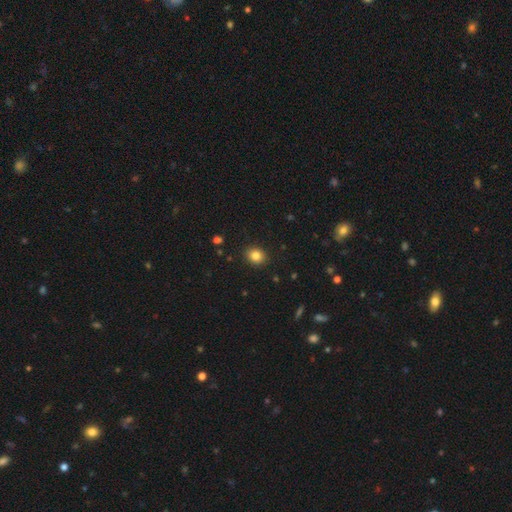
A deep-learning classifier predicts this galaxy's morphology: This is clearly a smooth galaxy (84%). How rounded: likely round (65%). Merging: clearly none (90%).